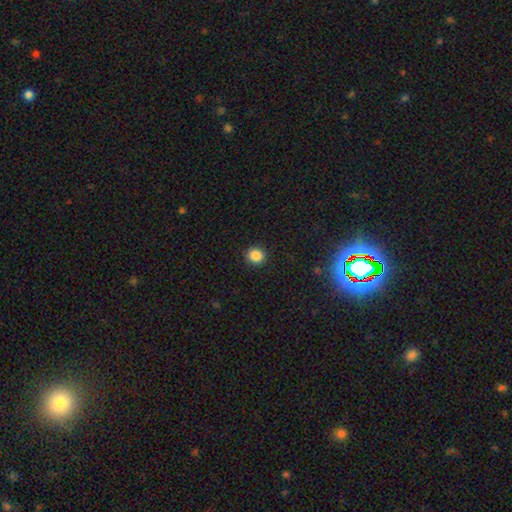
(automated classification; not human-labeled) smooth-or-featured: smooth: 86% | star or artifact: 11% | featured or disk: 4%
  how-rounded: round: 87% | in between: 12% | cigar-shaped: 1%
  merging: none: 92% | minor disturbance: 5% | major disturbance: 2% | merger: 1%